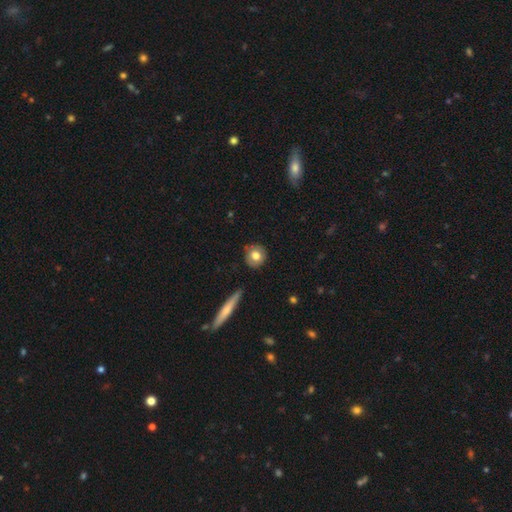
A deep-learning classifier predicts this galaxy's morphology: Smooth or featured? Predicted: smooth (p=0.75). How rounded? Predicted: round (p=0.87). Merging? Predicted: none (p=0.84).